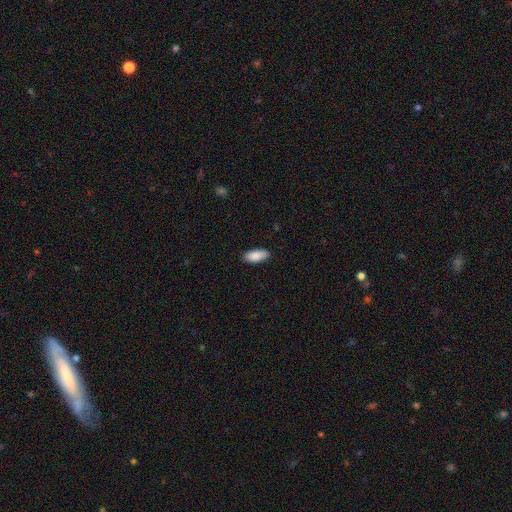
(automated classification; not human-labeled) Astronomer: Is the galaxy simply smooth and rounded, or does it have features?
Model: smooth — 89%.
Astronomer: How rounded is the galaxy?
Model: in between — 86%.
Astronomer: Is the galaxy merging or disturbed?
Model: none — 88%.